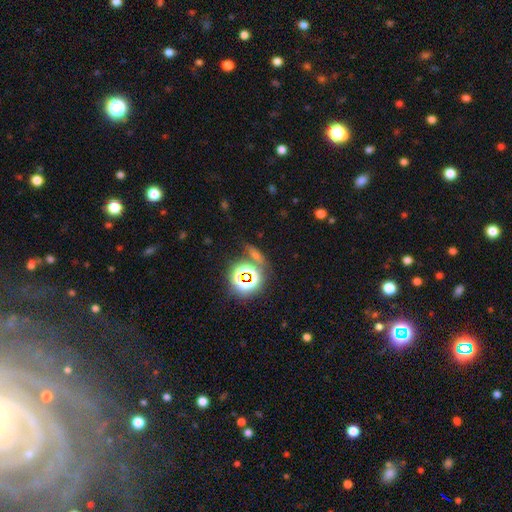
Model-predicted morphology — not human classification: A star or artifact, not a galaxy (55%).